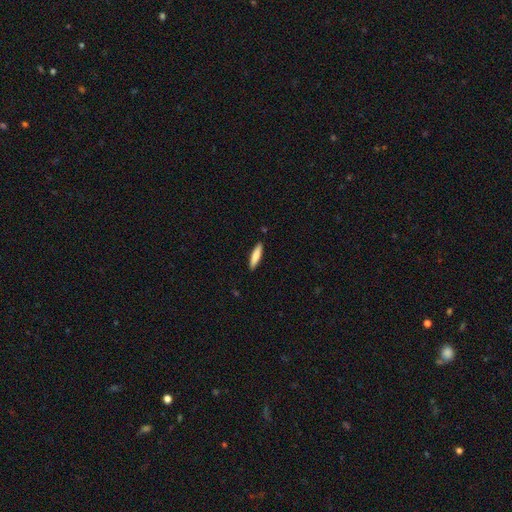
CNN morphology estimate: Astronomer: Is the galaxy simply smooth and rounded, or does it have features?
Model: smooth — 82%.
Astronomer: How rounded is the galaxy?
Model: cigar-shaped — 78%.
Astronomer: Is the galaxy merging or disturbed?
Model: none — 89%.